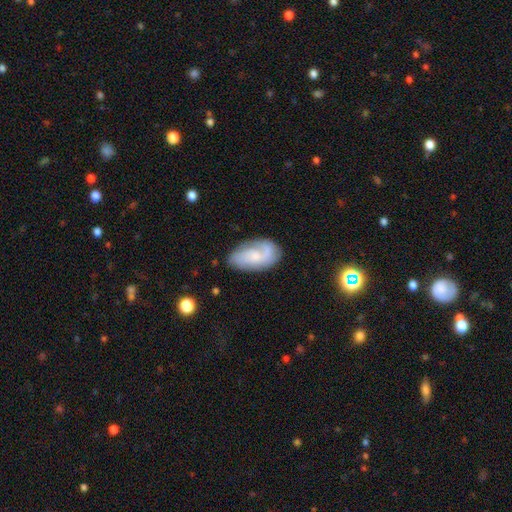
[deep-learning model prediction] Morphology: type=featured or disk (57%); edge-on=no (95%); bar=no (68%); spiral arms=yes (86%); bulge=small (51%); merging=none (66%).